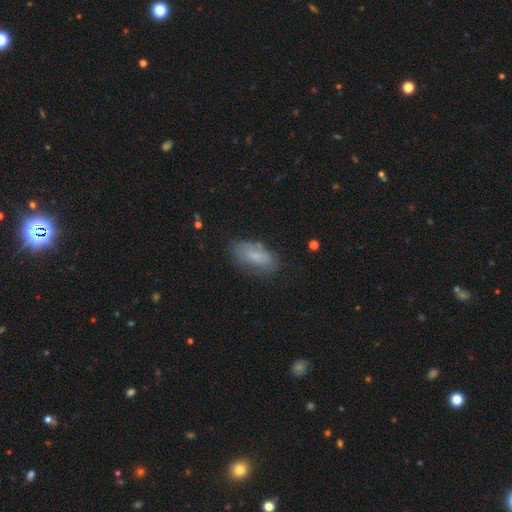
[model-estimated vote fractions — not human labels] This appears to be a smooth galaxy with no disk features (74%) that is in between round and cigar-shaped (86%). Merging: none (71%).